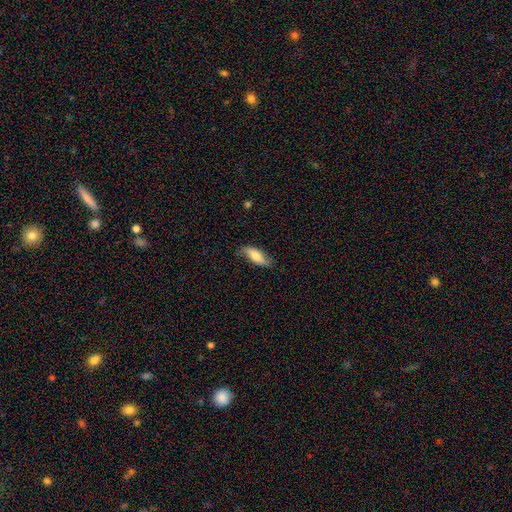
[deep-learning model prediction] A smooth galaxy with no disk features (65%) that is in between round and cigar-shaped (69%).

Vote fractions:
- Smooth or featured? smooth: 65% / featured or disk: 29% / star or artifact: 6%
- How rounded? in between: 69% / cigar-shaped: 29% / round: 3%
- Merging? none: 73% / minor disturbance: 21% / major disturbance: 4% / merger: 1%